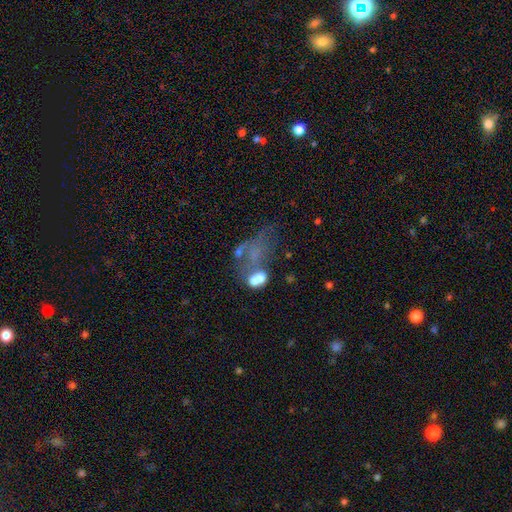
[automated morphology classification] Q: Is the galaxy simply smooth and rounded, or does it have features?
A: featured or disk — 34%.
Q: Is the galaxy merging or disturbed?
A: major disturbance — 33%.